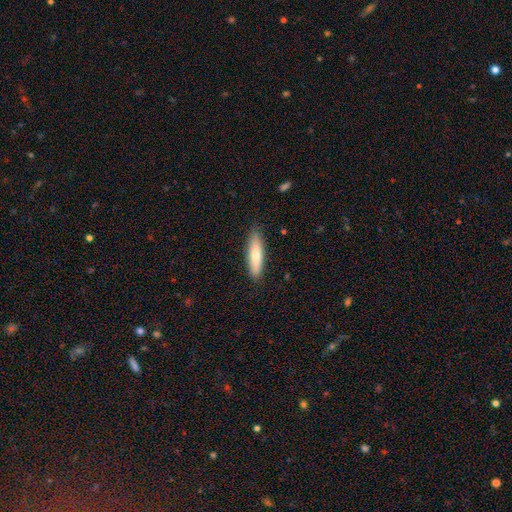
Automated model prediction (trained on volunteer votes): The model was most divided on "how rounded": cigar-shaped: 73%, in between: 25%, round: 2%. More confident: merging — none (86%); smooth or featured — smooth (72%).